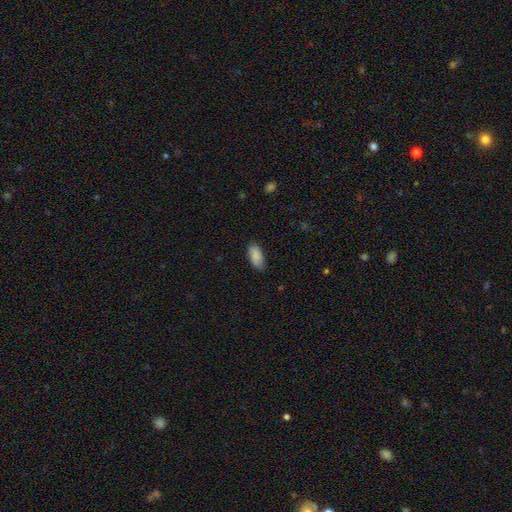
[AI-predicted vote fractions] A smooth galaxy with no disk features (87%) that is in between round and cigar-shaped (90%).

Vote fractions:
- Smooth or featured? smooth: 87% / star or artifact: 7% / featured or disk: 6%
- How rounded? in between: 90% / cigar-shaped: 8% / round: 2%
- Merging? none: 80% / minor disturbance: 16% / major disturbance: 3% / merger: 1%